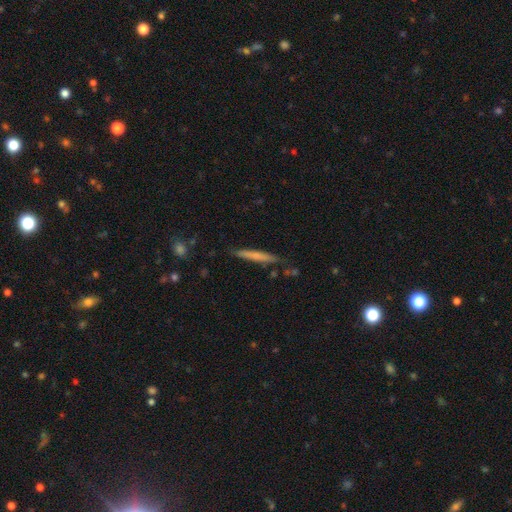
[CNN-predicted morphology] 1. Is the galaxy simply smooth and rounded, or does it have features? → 61% smooth, 32% featured or disk, 6% star or artifact.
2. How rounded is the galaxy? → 95% cigar-shaped, 4% in between, 1% round.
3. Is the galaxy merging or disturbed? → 83% none, 12% minor disturbance, 3% merger, 2% major disturbance.